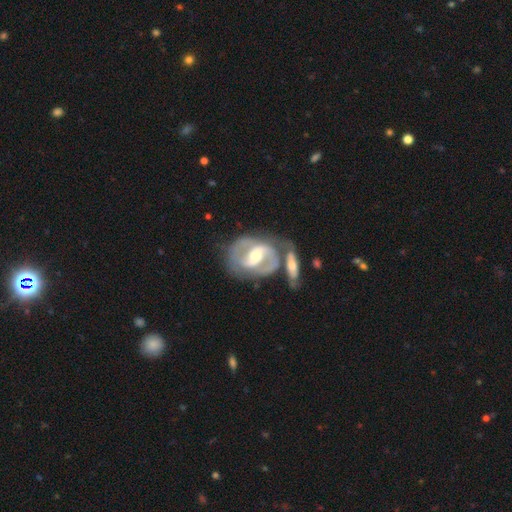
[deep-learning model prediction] Q: Smooth or featured?
A: featured or disk (81%); runner-up: smooth (13%)
Q: Edge-on disk?
A: no (94%); runner-up: yes (6%)
Q: Bar?
A: strong (43%); runner-up: weak (39%)
Q: Spiral arms?
A: yes (76%); runner-up: no (24%)
Q: Spiral winding?
A: tight (50%); runner-up: medium (38%)
Q: Spiral arm count?
A: 2 (66%); runner-up: can't tell (21%)
Q: Bulge size?
A: moderate (69%); runner-up: small (21%)
Q: Merging?
A: none (46%); runner-up: merger (27%)